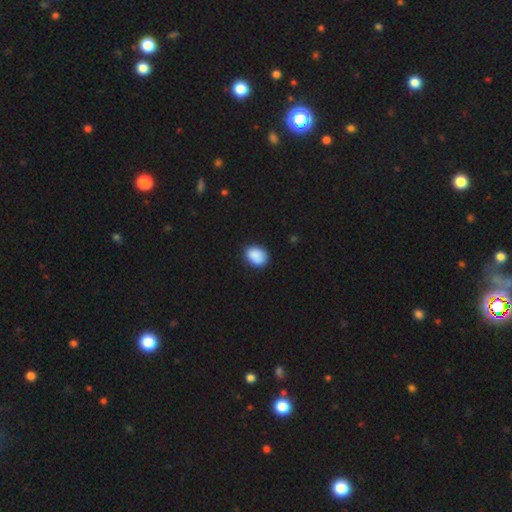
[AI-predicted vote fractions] A smooth galaxy with no disk features (89%) that is in between round and cigar-shaped (65%). Merging: none (80%).